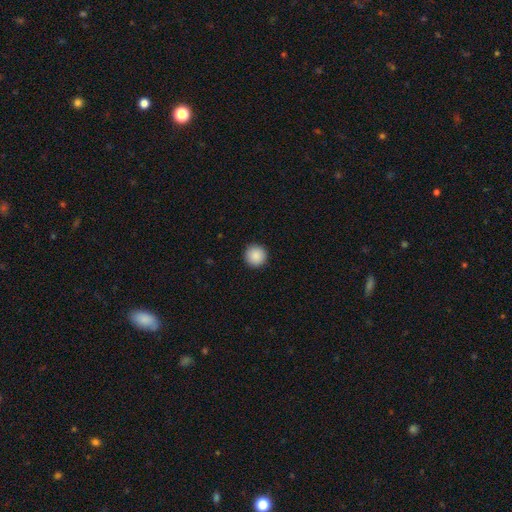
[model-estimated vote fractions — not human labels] The model was most divided on "smooth or featured": smooth: 89%, star or artifact: 8%, featured or disk: 3%. More confident: how rounded — round (96%); merging — none (93%).